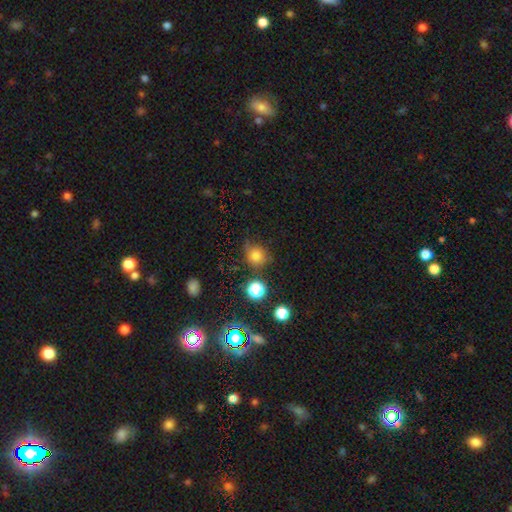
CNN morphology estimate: This appears to be a smooth galaxy with no disk features (76%) that is round (82%). Merging: none (68%).